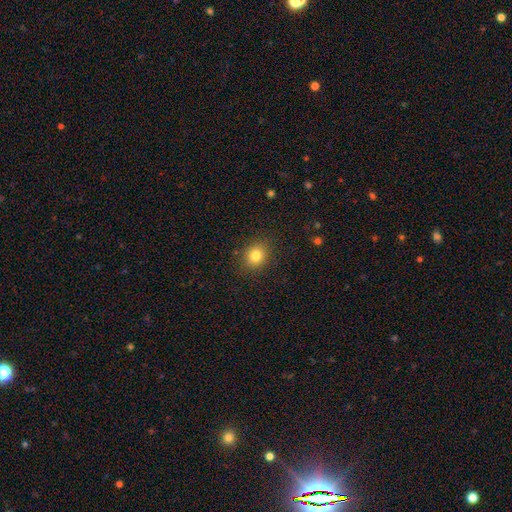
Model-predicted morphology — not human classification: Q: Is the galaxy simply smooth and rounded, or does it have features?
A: smooth — 81%.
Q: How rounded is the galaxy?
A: round — 70%.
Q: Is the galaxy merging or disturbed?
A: none — 88%.